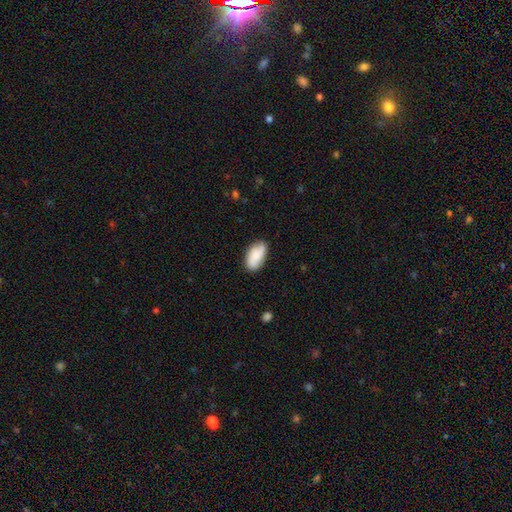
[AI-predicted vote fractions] Smooth or featured: smooth — 76% (featured or disk — 17%)
How rounded: in between — 93% (cigar-shaped — 3%)
Merging: none — 75% (minor disturbance — 19%)